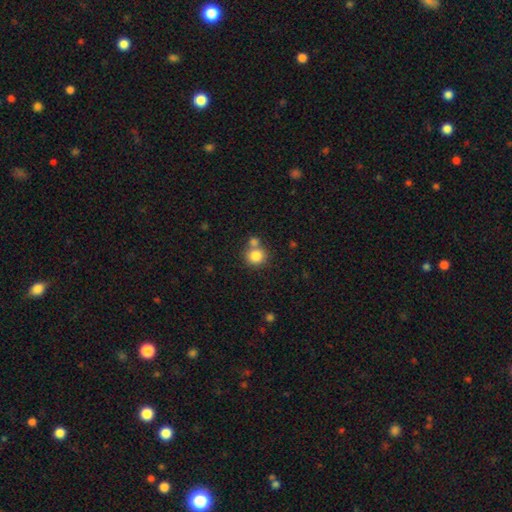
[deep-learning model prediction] smooth_or_featured: smooth (p=0.82) [alt: star or artifact p=0.10]
how_rounded: round (p=0.86) [alt: in between p=0.13]
merging: none (p=0.56) [alt: merger p=0.31]